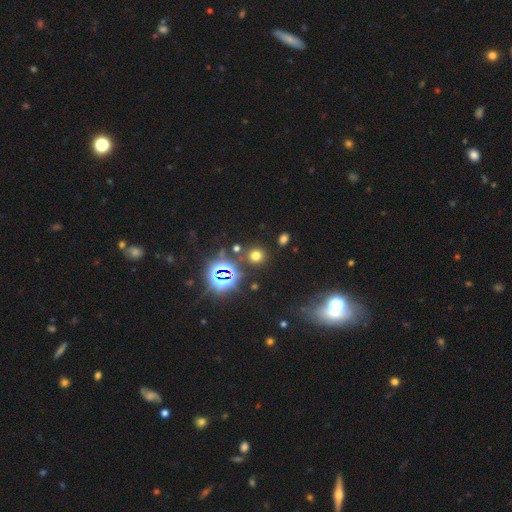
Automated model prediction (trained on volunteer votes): smooth_or_featured: smooth (p=0.61) [alt: star or artifact p=0.31]
how_rounded: round (p=0.85) [alt: in between p=0.14]
merging: none (p=0.85) [alt: minor disturbance p=0.07]